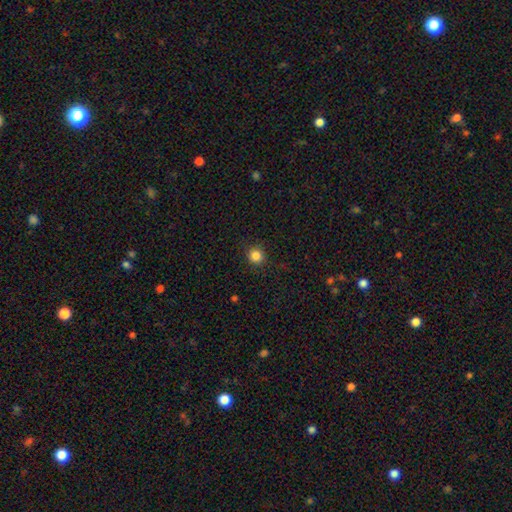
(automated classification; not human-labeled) Smooth or featured: smooth — 85% (star or artifact — 11%)
How rounded: round — 94% (in between — 5%)
Merging: none — 91% (minor disturbance — 6%)